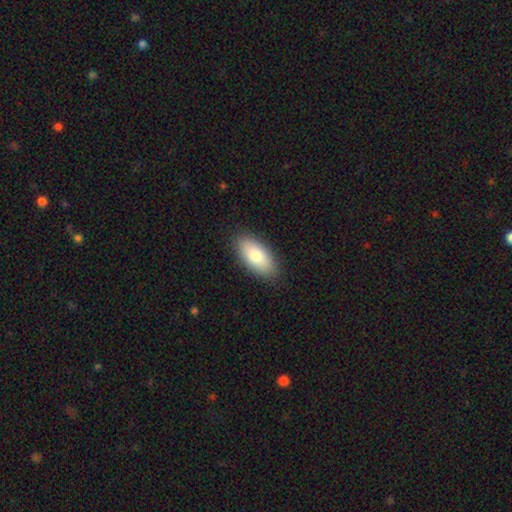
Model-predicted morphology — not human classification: smooth_or_featured: smooth (p=0.80) [alt: featured or disk p=0.14]
how_rounded: in between (p=0.91) [alt: cigar-shaped p=0.07]
merging: none (p=0.88) [alt: minor disturbance p=0.09]